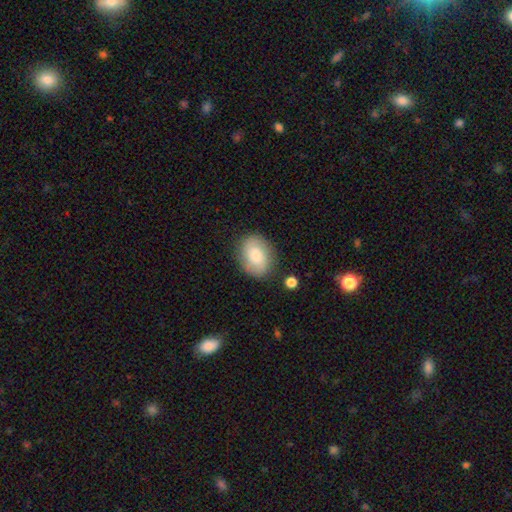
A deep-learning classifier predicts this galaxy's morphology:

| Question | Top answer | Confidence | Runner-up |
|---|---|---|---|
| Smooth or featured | smooth | 71% | featured or disk (22%) |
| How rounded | in between | 73% | round (26%) |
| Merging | none | 78% | minor disturbance (14%) |